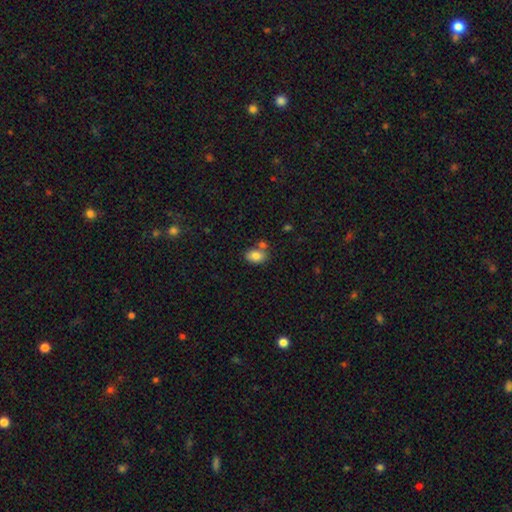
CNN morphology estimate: Smooth or featured? smooth (82%)
How rounded? in between (84%)
Merging? none (61%)